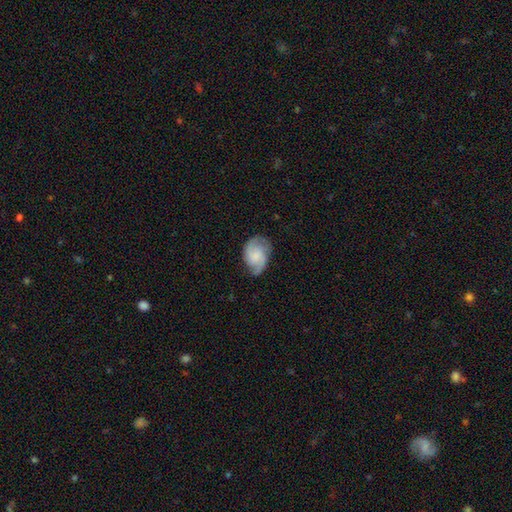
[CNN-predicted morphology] featured or disk 69%, smooth 24%, star or artifact 7%. Down the decision tree: edge-on disk — no (98%); bar — no (62%); spiral arms — yes (95%); spiral arm count — 2 (62%); spiral winding — medium (49%); bulge size — small (36%); merging — none (69%).